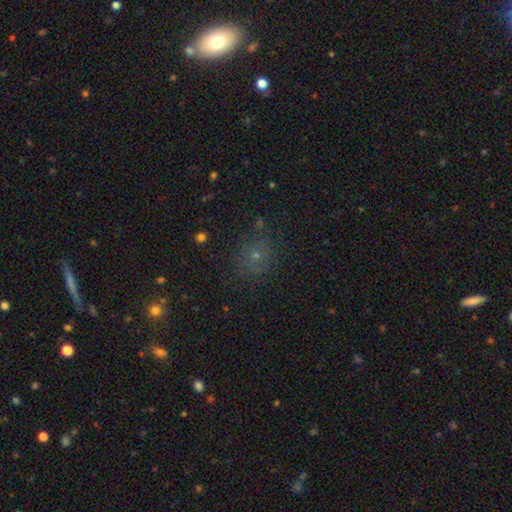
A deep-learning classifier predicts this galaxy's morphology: A smooth galaxy with no disk features (58%) that is round (79%).

Vote fractions:
- Smooth or featured? smooth: 58% / star or artifact: 32% / featured or disk: 10%
- How rounded? round: 79% / in between: 20% / cigar-shaped: 1%
- Merging? none: 81% / minor disturbance: 12% / major disturbance: 4% / merger: 2%